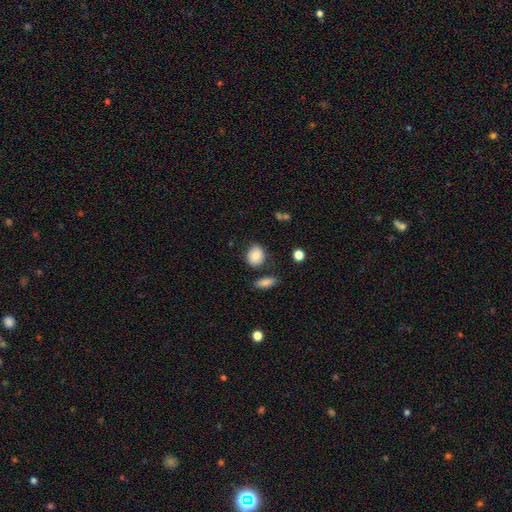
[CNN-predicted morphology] Smooth or featured?
  - smooth: 83% *
  - featured or disk: 8%
  - star or artifact: 8%
How rounded?
  - round: 57% *
  - in between: 42%
  - cigar-shaped: 1%
Merging?
  - none: 75% *
  - minor disturbance: 15%
  - merger: 7%
  - major disturbance: 4%